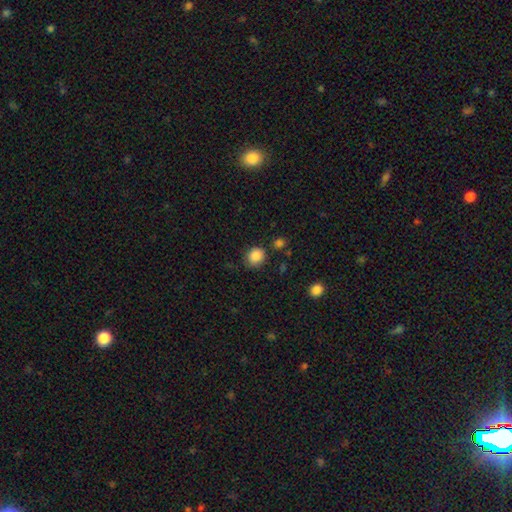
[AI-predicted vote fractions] Smooth or featured: smooth — 87% (star or artifact — 9%)
How rounded: round — 76% (in between — 23%)
Merging: none — 76% (minor disturbance — 17%)